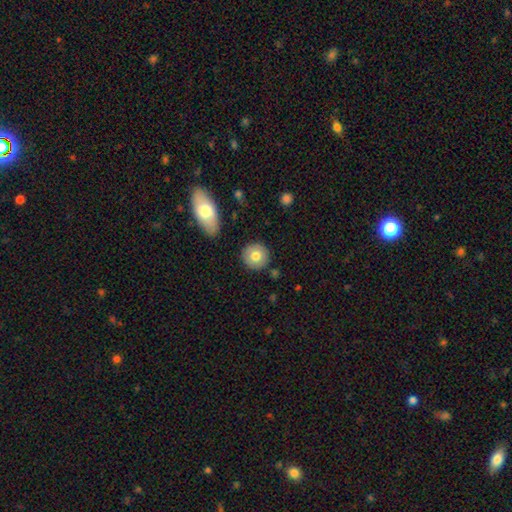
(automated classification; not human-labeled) smooth_or_featured: smooth (p=0.78) [alt: featured or disk p=0.15]
how_rounded: round (p=0.93) [alt: in between p=0.06]
merging: none (p=0.88) [alt: minor disturbance p=0.07]